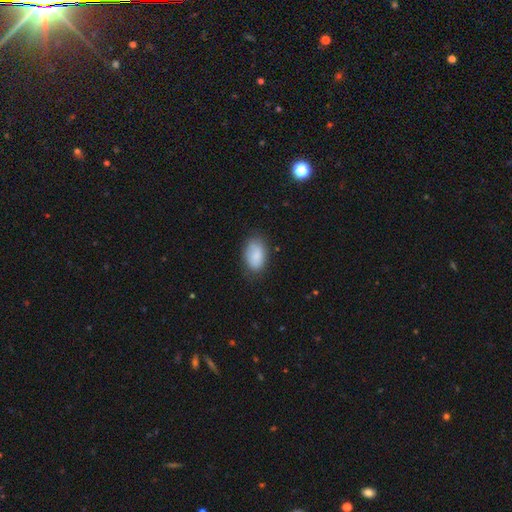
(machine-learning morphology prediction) Smooth or featured?
  - smooth: 84% *
  - featured or disk: 9%
  - star or artifact: 7%
How rounded?
  - in between: 91% *
  - round: 7%
  - cigar-shaped: 1%
Merging?
  - none: 74% *
  - minor disturbance: 20%
  - major disturbance: 5%
  - merger: 2%